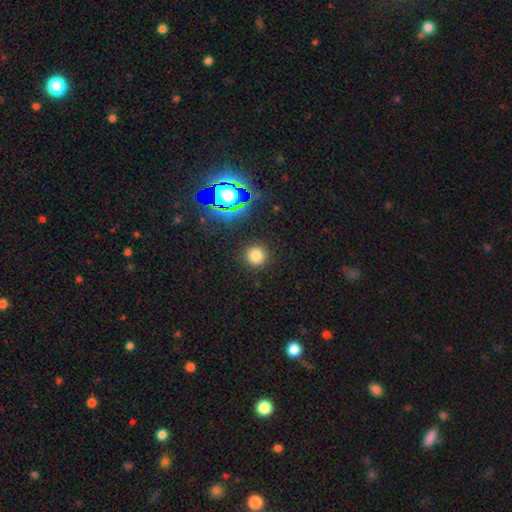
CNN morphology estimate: A smooth galaxy with no disk features (76%) that is round (95%). Merging: none (90%).